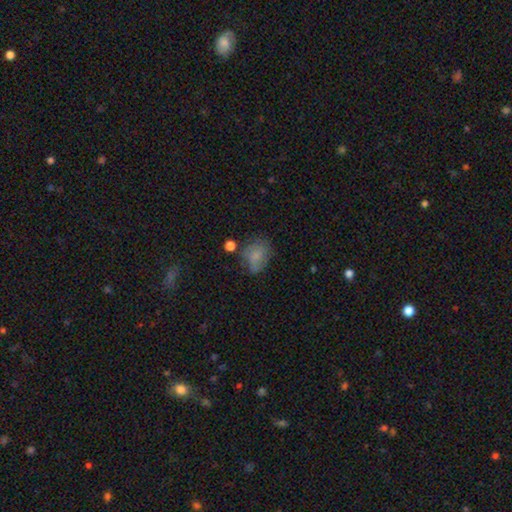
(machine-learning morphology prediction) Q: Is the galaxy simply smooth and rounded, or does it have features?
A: smooth — 71%.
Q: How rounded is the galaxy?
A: in between — 59%.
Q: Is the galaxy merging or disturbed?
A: none — 50%.